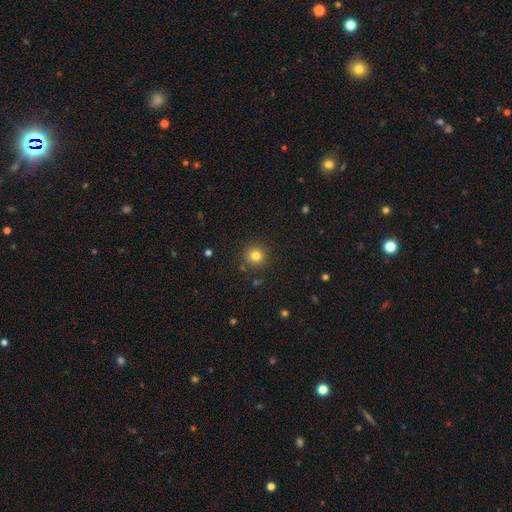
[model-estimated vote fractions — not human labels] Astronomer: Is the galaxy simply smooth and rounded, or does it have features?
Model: smooth — 80%.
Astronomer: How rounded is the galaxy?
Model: round — 93%.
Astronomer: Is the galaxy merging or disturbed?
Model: none — 89%.